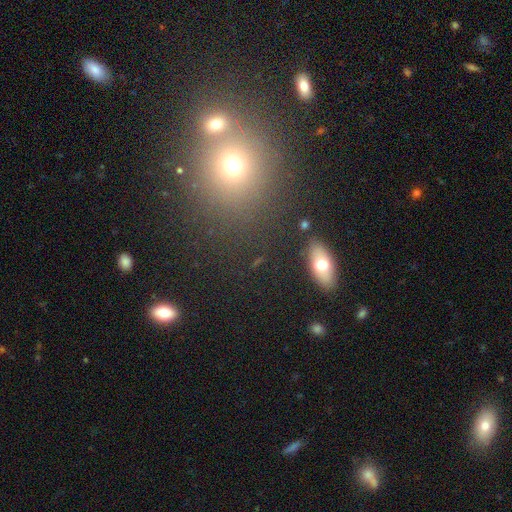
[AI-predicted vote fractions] Smooth or featured? Predicted: smooth (p=0.49). Merging? Predicted: none (p=0.73).